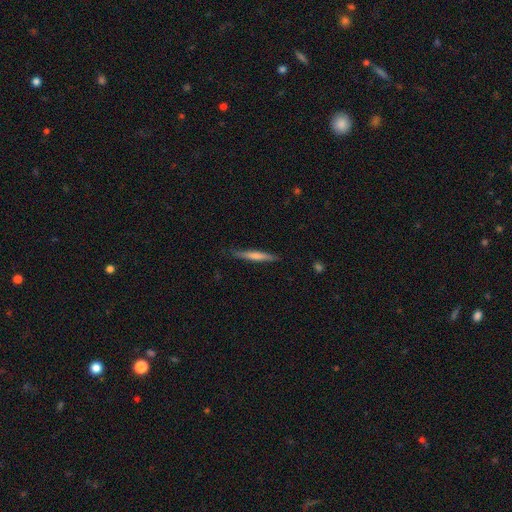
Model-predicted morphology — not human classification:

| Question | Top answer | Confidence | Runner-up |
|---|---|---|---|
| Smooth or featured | featured or disk | 51% | smooth (43%) |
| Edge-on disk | yes | 96% | no (4%) |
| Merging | none | 87% | minor disturbance (10%) |